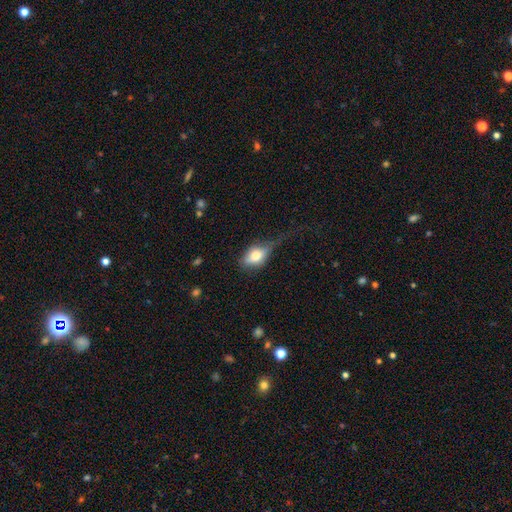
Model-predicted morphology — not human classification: This is likely a smooth galaxy (67%). How rounded: clearly in between (80%). Merging: marginally minor disturbance (34%).